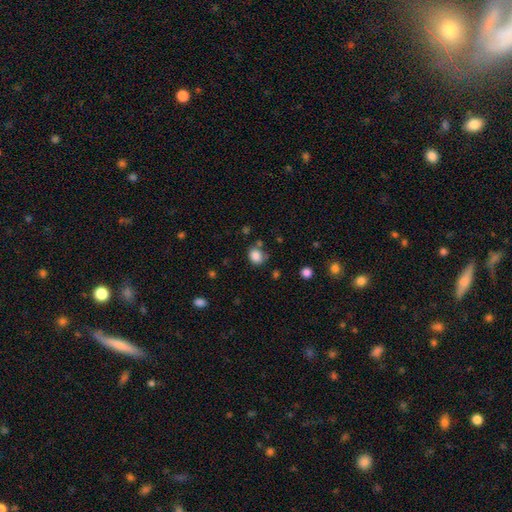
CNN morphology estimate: Overall: smooth (84%). How rounded: round (64%; in between 35%). Merging: none (64%).